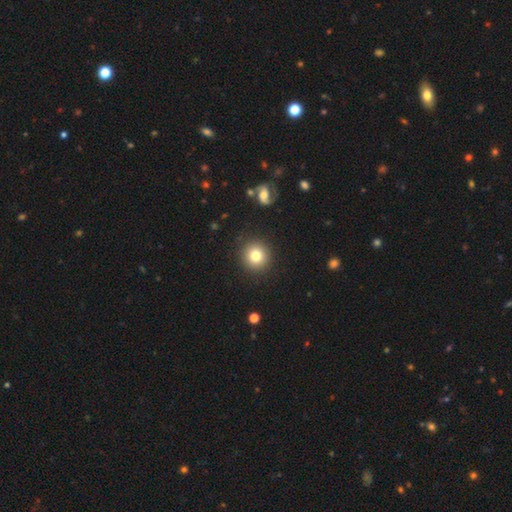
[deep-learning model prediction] Smooth or featured? Predicted: smooth (p=0.80). How rounded? Predicted: round (p=0.93). Merging? Predicted: none (p=0.90).